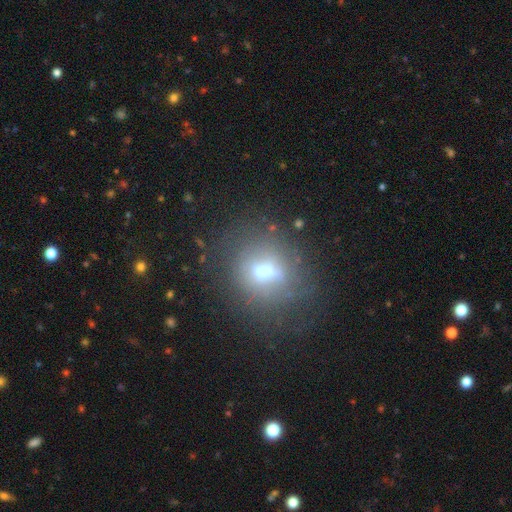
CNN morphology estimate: Smooth or featured: smooth — 53% (featured or disk — 30%)
How rounded: round — 67% (in between — 31%)
Merging: none — 71% (minor disturbance — 16%)